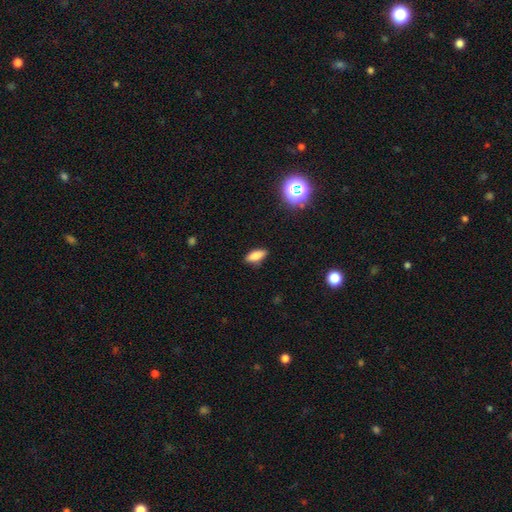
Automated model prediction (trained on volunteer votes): Smooth or featured: smooth — 80% (featured or disk — 10%)
How rounded: in between — 75% (cigar-shaped — 22%)
Merging: none — 87% (minor disturbance — 10%)